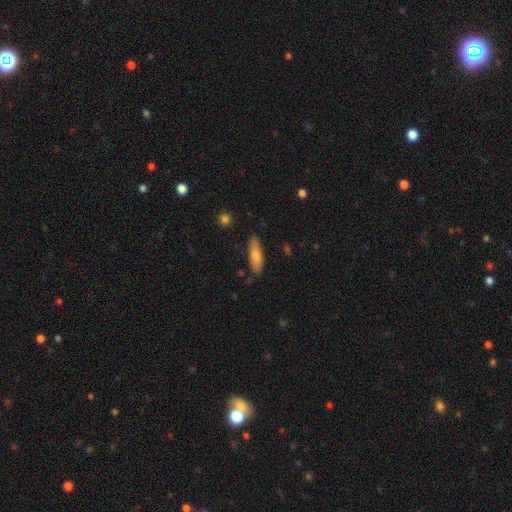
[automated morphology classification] smooth 67%, featured or disk 26%, star or artifact 7%. Down the decision tree: how rounded — cigar-shaped (58%); merging — none (85%).